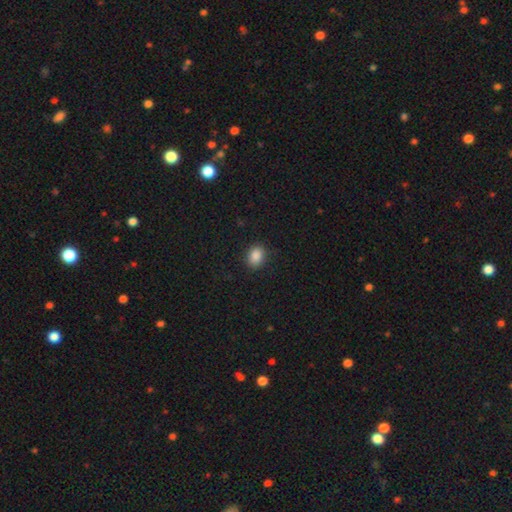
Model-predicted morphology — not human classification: smooth 88%, star or artifact 9%, featured or disk 3%. Down the decision tree: how rounded — in between (61%); merging — none (87%).